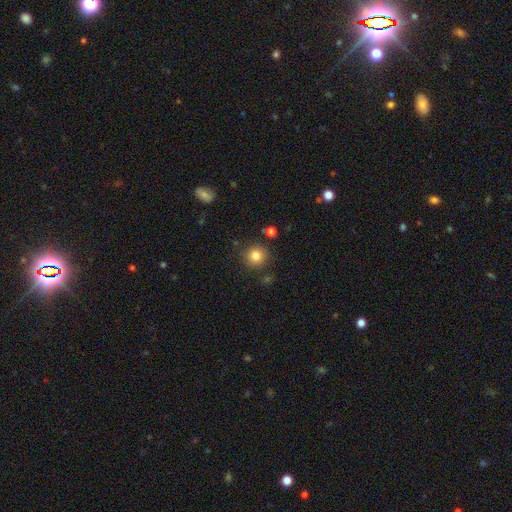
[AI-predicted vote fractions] smooth 82%, star or artifact 11%, featured or disk 6%. Down the decision tree: how rounded — round (93%); merging — none (86%).